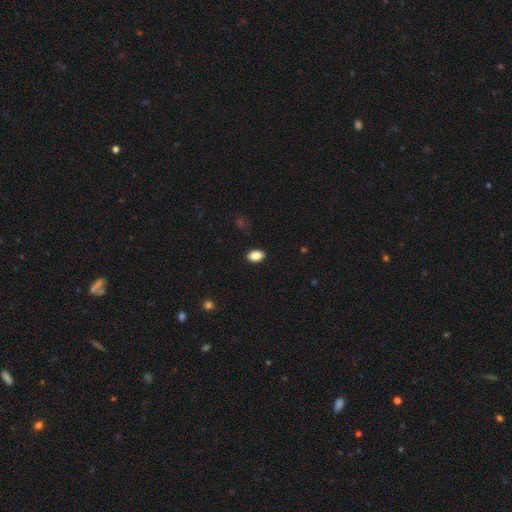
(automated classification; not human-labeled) Q: Smooth or featured?
A: smooth (88%); runner-up: star or artifact (8%)
Q: How rounded?
A: in between (85%); runner-up: round (14%)
Q: Merging?
A: none (90%); runner-up: minor disturbance (7%)